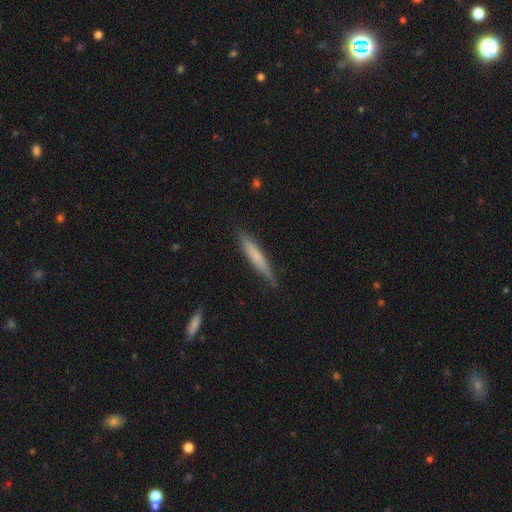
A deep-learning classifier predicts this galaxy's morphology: Smooth or featured?
  - smooth: 62% *
  - featured or disk: 32%
  - star or artifact: 6%
How rounded?
  - cigar-shaped: 93% *
  - in between: 6%
  - round: 1%
Merging?
  - none: 82% *
  - minor disturbance: 14%
  - major disturbance: 2%
  - merger: 1%